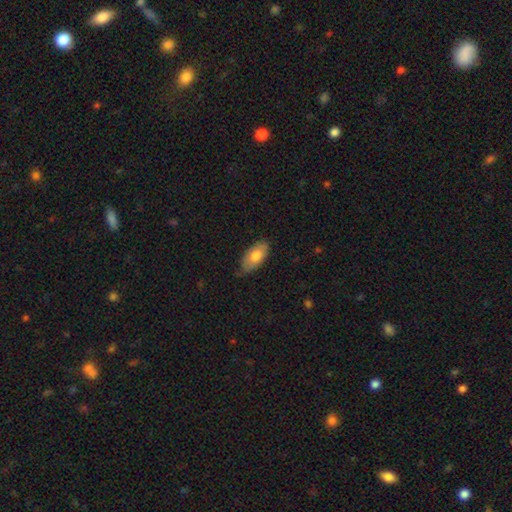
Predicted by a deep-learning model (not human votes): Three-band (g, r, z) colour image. It shows a smooth galaxy with no disk features (76%) that is in between round and cigar-shaped (91%). Merging: none (76%).